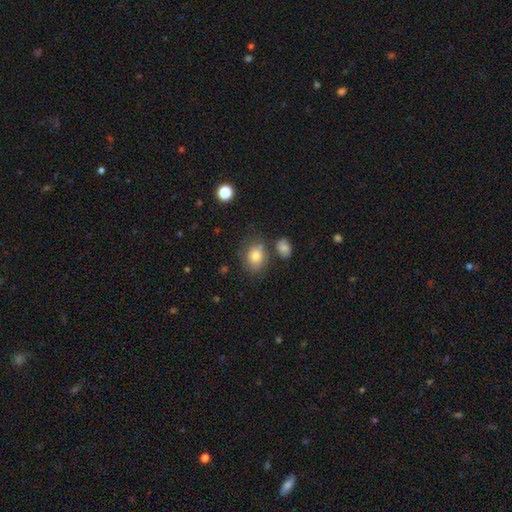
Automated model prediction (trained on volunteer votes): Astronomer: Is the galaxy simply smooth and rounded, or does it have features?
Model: smooth — 78%.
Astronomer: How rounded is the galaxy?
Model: in between — 51% (runner-up: round, 48%).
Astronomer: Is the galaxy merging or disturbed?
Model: none — 63%.